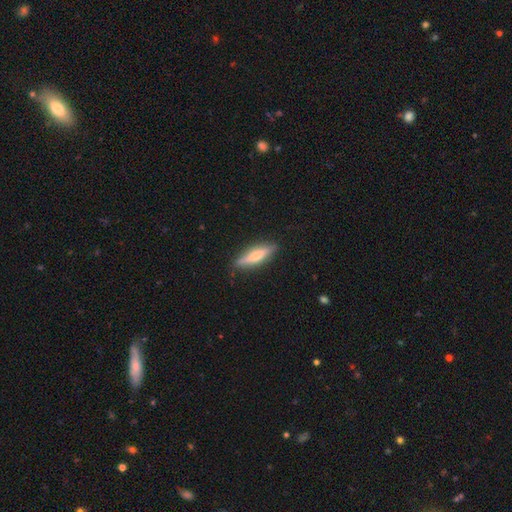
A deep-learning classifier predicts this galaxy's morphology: smooth 49%, featured or disk 45%, star or artifact 6%. Down the decision tree: merging — none (87%).